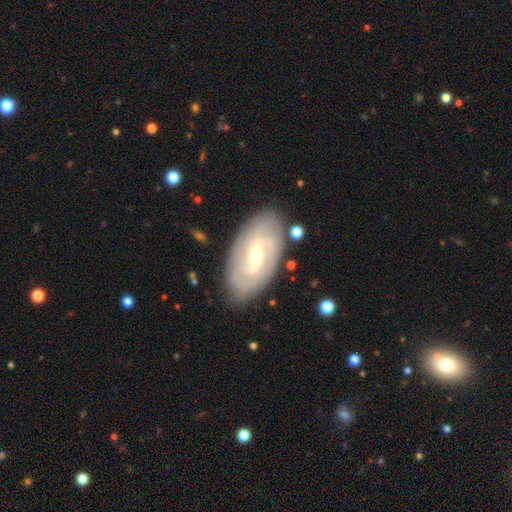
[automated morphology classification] Q: Smooth or featured?
A: featured or disk (84%); runner-up: smooth (11%)
Q: Edge-on disk?
A: no (94%); runner-up: yes (6%)
Q: Bar?
A: weak (47%); runner-up: strong (39%)
Q: Spiral arms?
A: yes (91%); runner-up: no (9%)
Q: Spiral winding?
A: tight (60%); runner-up: medium (29%)
Q: Spiral arm count?
A: 2 (46%); runner-up: can't tell (29%)
Q: Bulge size?
A: moderate (51%); runner-up: small (46%)
Q: Merging?
A: none (84%); runner-up: minor disturbance (12%)